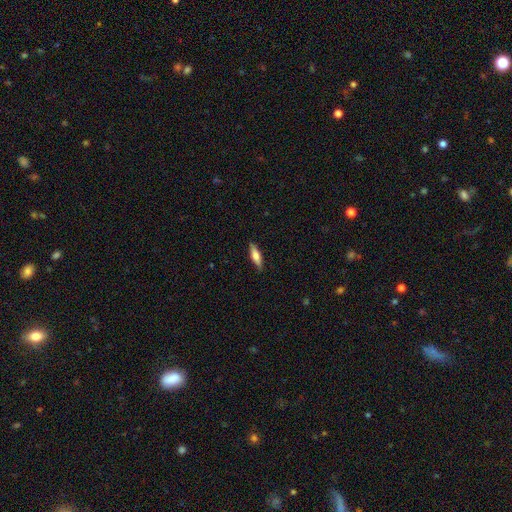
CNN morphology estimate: type=smooth (59%); roundness=cigar-shaped (63%); merging=none (88%).